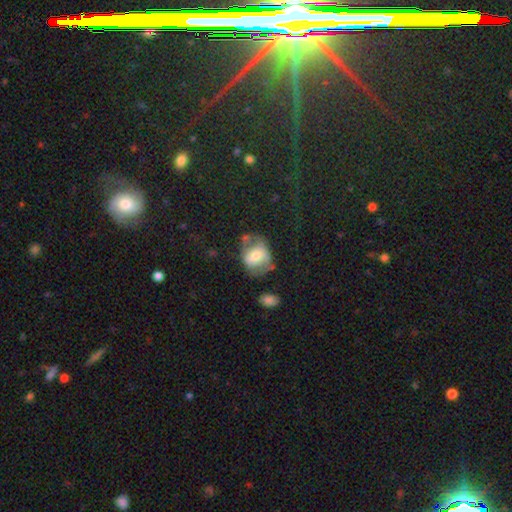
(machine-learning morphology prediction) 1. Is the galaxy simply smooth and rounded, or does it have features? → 50% smooth, 41% featured or disk, 8% star or artifact.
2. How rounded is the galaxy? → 50% round, 49% in between, 1% cigar-shaped.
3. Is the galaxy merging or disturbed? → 45% none, 27% minor disturbance, 20% major disturbance, 8% merger.